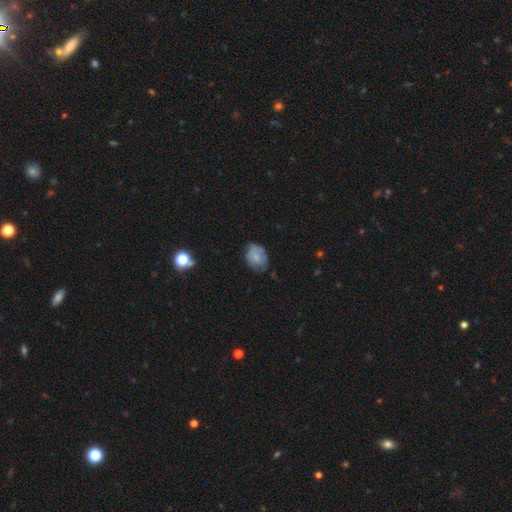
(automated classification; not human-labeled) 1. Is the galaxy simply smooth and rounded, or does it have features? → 69% smooth, 22% featured or disk, 9% star or artifact.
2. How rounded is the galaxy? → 61% in between, 38% round, 1% cigar-shaped.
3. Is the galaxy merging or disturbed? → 53% none, 36% minor disturbance, 9% major disturbance, 2% merger.